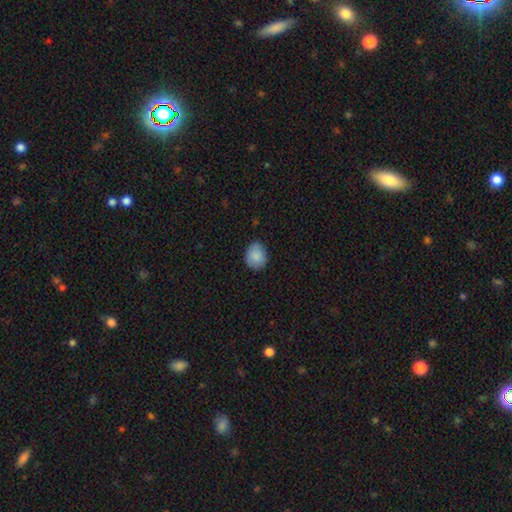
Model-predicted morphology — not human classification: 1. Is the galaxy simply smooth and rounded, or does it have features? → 87% smooth, 7% star or artifact, 6% featured or disk.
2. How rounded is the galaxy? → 55% round, 44% in between, 1% cigar-shaped.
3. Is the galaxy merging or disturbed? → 77% none, 19% minor disturbance, 3% major disturbance, 1% merger.